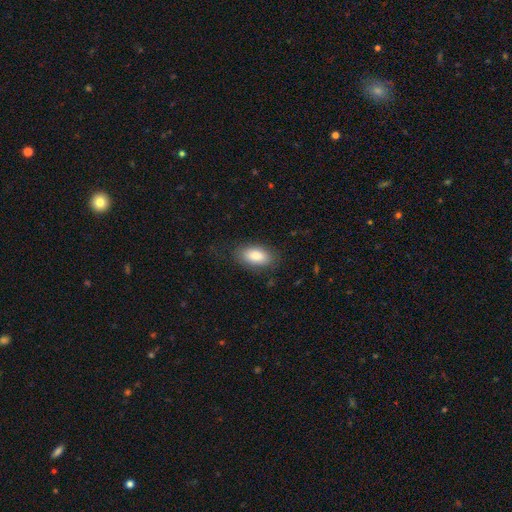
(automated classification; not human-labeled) Smooth or featured: smooth — 85% (featured or disk — 9%)
How rounded: in between — 93% (round — 4%)
Merging: none — 81% (minor disturbance — 14%)